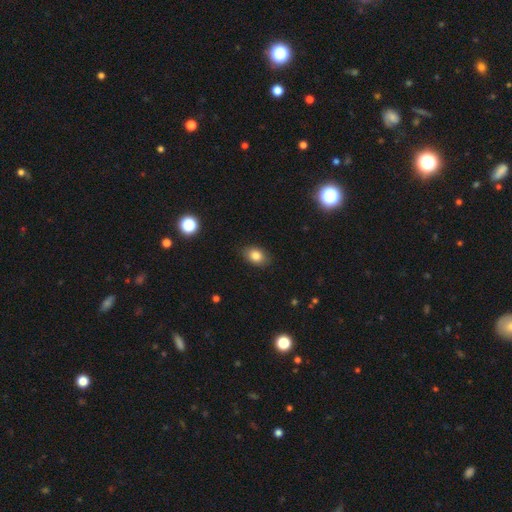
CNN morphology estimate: This appears to be a smooth galaxy with no disk features (82%) that is in between round and cigar-shaped (79%). Merging: none (85%).